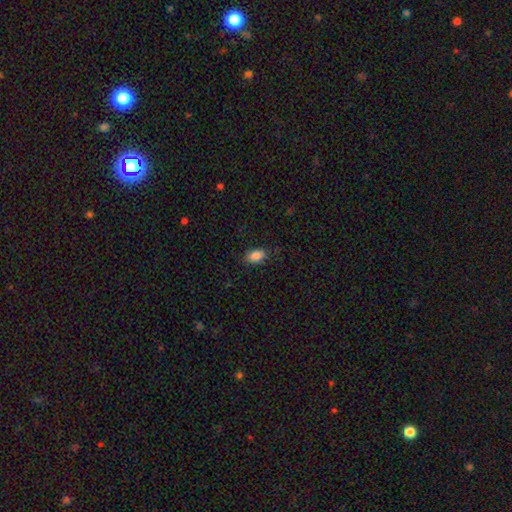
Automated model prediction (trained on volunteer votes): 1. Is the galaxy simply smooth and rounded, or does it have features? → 87% smooth, 9% star or artifact, 4% featured or disk.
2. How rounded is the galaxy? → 89% in between, 10% round, 2% cigar-shaped.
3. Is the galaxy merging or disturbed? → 84% none, 12% minor disturbance, 3% major disturbance, 1% merger.